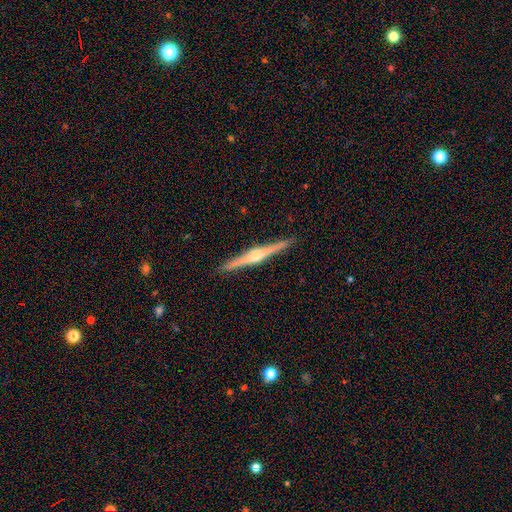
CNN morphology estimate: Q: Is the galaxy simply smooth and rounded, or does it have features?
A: featured or disk — 80%.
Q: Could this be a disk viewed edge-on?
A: yes — 99%.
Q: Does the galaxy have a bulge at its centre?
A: rounded — 90%.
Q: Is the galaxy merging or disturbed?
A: none — 92%.